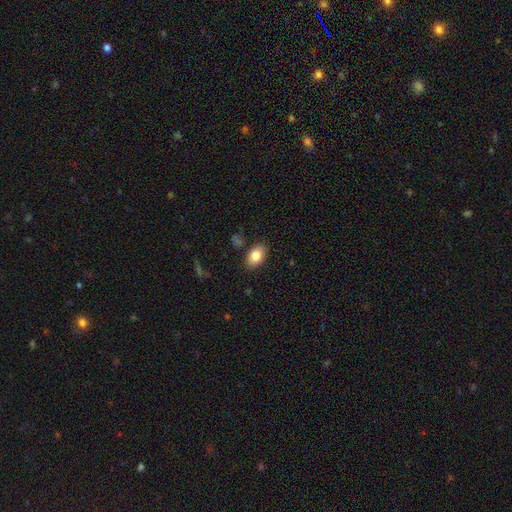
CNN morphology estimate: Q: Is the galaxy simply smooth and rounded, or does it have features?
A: smooth — 83%.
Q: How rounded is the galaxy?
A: in between — 90%.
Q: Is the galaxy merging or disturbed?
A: none — 85%.